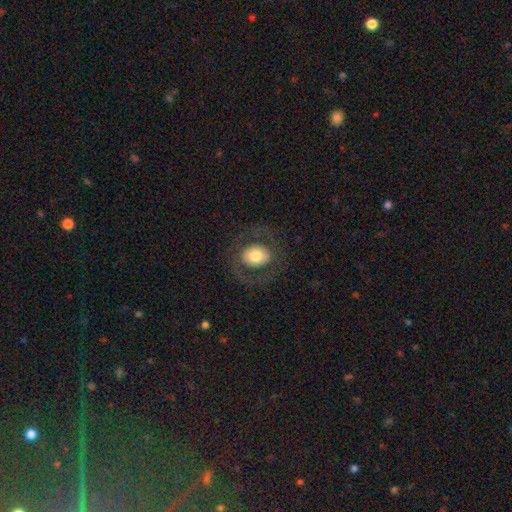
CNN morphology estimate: A smooth galaxy with no disk features (49%). Merging: none (76%).